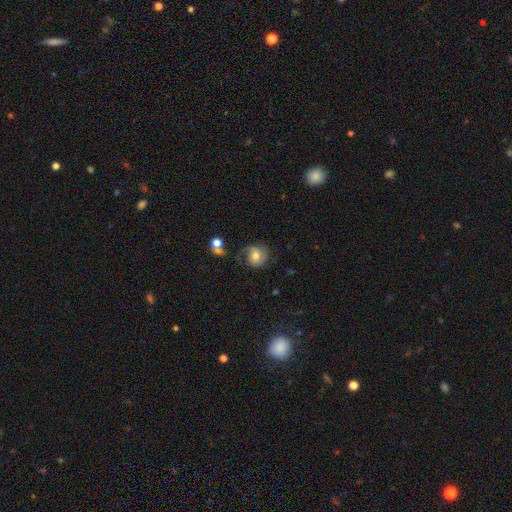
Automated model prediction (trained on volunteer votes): This is possibly a smooth galaxy (50%). Merging: possibly none (53%).